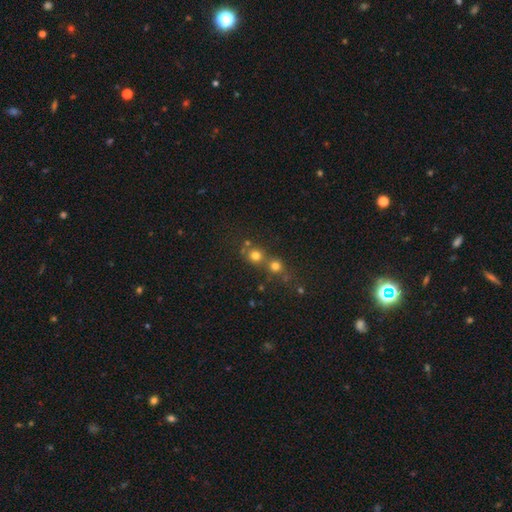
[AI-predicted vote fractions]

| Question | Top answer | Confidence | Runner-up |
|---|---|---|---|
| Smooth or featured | smooth | 72% | star or artifact (19%) |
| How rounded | round | 88% | in between (11%) |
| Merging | none | 52% | merger (38%) |